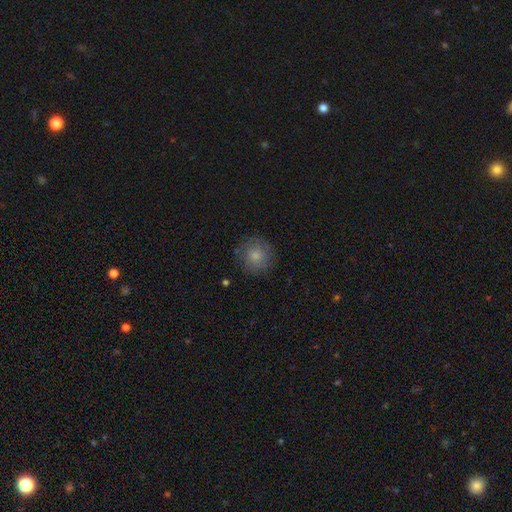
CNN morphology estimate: This is likely a smooth galaxy (77%). How rounded: clearly round (94%). Merging: clearly none (82%).